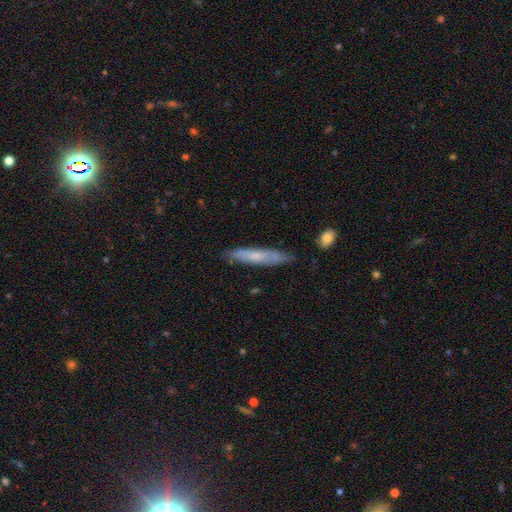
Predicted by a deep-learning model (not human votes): A smooth galaxy with no disk features (54%) that is cigar-shaped (92%).

Vote fractions:
- Smooth or featured? smooth: 54% / featured or disk: 40% / star or artifact: 6%
- How rounded? cigar-shaped: 92% / in between: 7% / round: 1%
- Merging? none: 82% / minor disturbance: 14% / major disturbance: 2% / merger: 2%